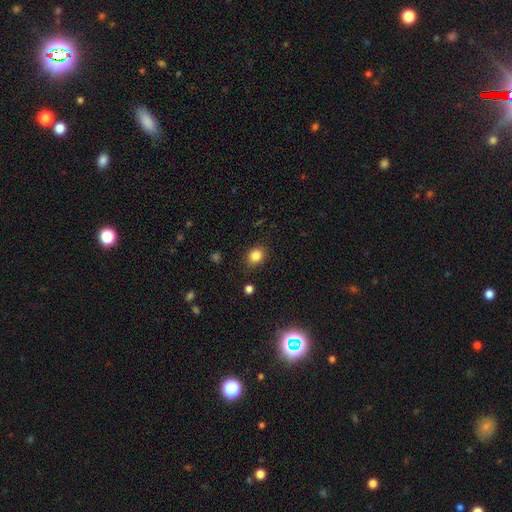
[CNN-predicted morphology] smooth 84%, star or artifact 11%, featured or disk 6%. Down the decision tree: how rounded — round (55%); merging — none (85%).